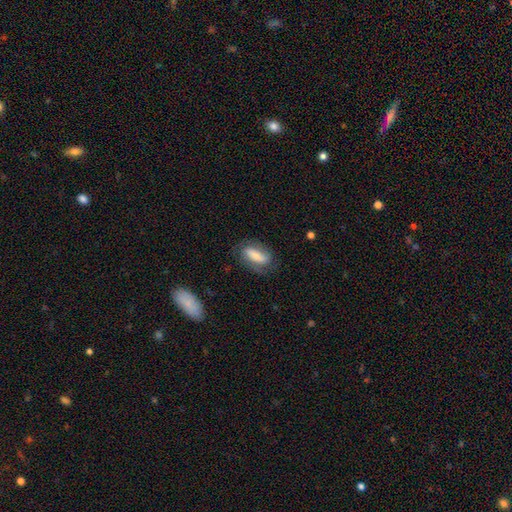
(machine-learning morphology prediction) smooth-or-featured: smooth: 59% | featured or disk: 34% | star or artifact: 7%
  how-rounded: in between: 75% | cigar-shaped: 21% | round: 4%
  merging: none: 70% | minor disturbance: 20% | major disturbance: 9% | merger: 2%